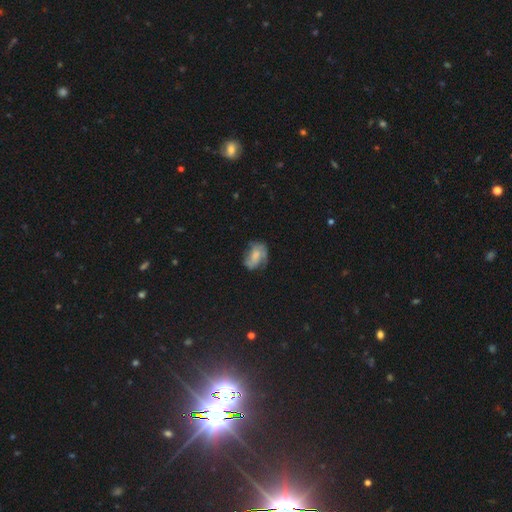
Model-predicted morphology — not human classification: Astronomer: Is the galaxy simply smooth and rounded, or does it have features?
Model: featured or disk — 45%, tied with smooth at 45%.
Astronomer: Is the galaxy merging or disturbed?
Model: none — 48% (runner-up: minor disturbance, 29%).